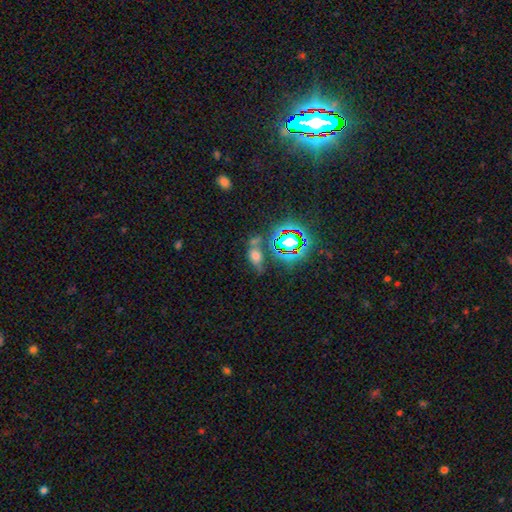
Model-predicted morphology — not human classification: smooth-or-featured: smooth: 51% | star or artifact: 32% | featured or disk: 17%
  how-rounded: in between: 72% | round: 19% | cigar-shaped: 9%
  merging: none: 48% | merger: 21% | minor disturbance: 19% | major disturbance: 12%